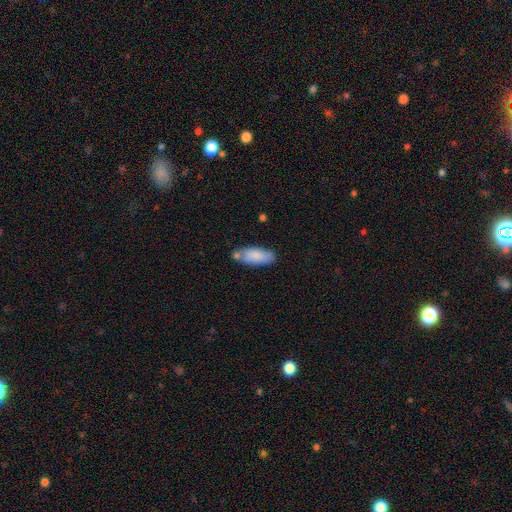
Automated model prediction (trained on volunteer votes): The model was most divided on "merging": none: 62%, minor disturbance: 20%, merger: 14%, major disturbance: 4%. More confident: smooth or featured — smooth (82%); how rounded — in between (78%).